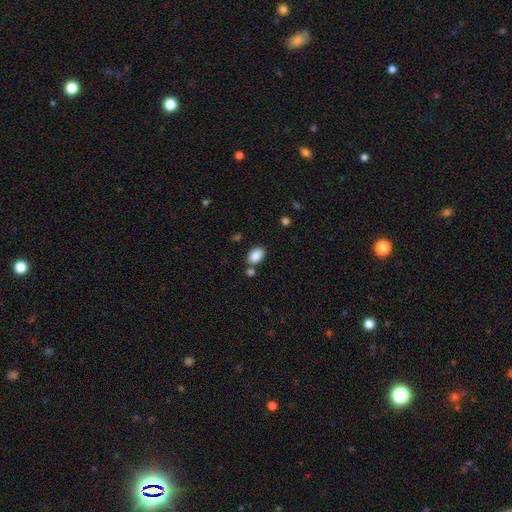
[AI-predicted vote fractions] A smooth galaxy with no disk features (87%) that is in between round and cigar-shaped (90%). Merging: none (73%).